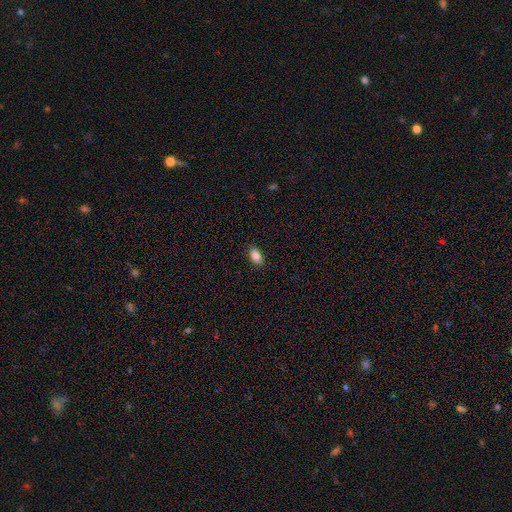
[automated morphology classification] This appears to be a smooth galaxy with no disk features (86%) that is in between round and cigar-shaped (91%). Merging: none (89%).